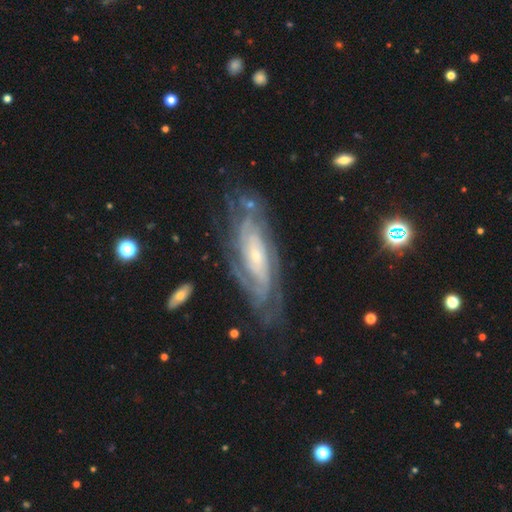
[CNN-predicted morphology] Q: Smooth or featured?
A: featured or disk (86%); runner-up: smooth (8%)
Q: Edge-on disk?
A: no (87%); runner-up: yes (13%)
Q: Bar?
A: no (63%); runner-up: weak (26%)
Q: Spiral arms?
A: yes (95%); runner-up: no (5%)
Q: Spiral winding?
A: tight (69%); runner-up: medium (25%)
Q: Spiral arm count?
A: can't tell (41%); runner-up: 2 (17%)
Q: Bulge size?
A: small (70%); runner-up: moderate (24%)
Q: Merging?
A: none (71%); runner-up: minor disturbance (18%)